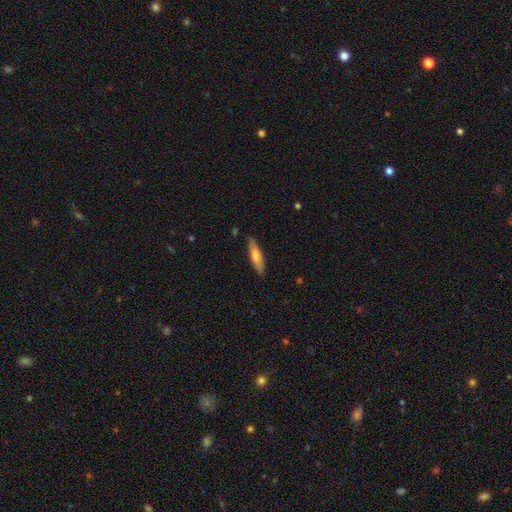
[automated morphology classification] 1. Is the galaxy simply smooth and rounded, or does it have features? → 66% smooth, 28% featured or disk, 6% star or artifact.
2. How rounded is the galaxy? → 74% cigar-shaped, 25% in between, 2% round.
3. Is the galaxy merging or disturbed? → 86% none, 11% minor disturbance, 2% major disturbance, 1% merger.